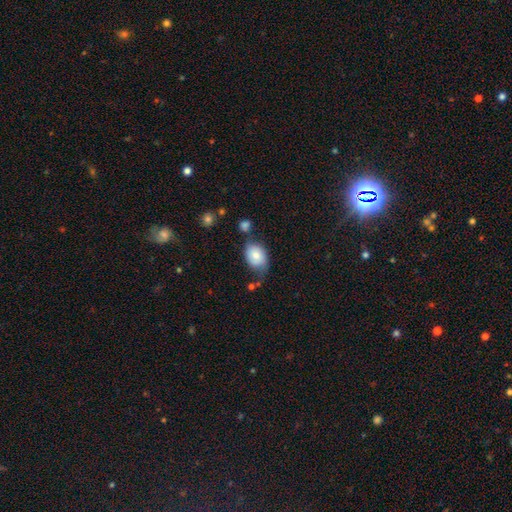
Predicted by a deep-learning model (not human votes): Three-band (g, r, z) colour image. It shows a smooth galaxy with no disk features (77%) that is in between round and cigar-shaped (77%). Merging: none (48%).